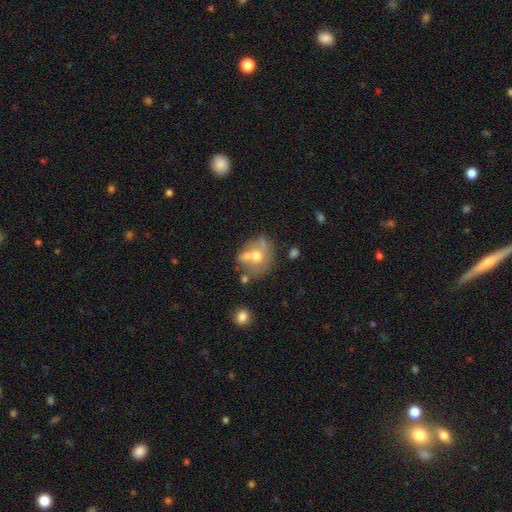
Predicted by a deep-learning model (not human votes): Smooth or featured? Predicted: smooth (p=0.56). How rounded? Predicted: round (p=0.61). Merging? Predicted: merger (p=0.37).